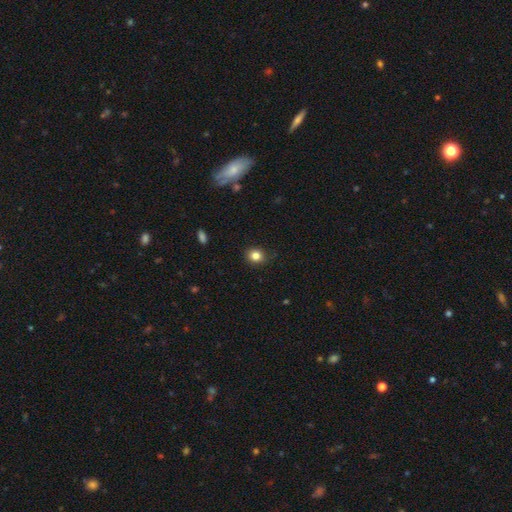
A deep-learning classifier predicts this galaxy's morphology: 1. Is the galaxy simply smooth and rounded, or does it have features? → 83% smooth, 11% star or artifact, 6% featured or disk.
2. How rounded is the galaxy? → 72% round, 27% in between, 1% cigar-shaped.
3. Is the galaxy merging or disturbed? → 86% none, 11% minor disturbance, 2% major disturbance, 1% merger.